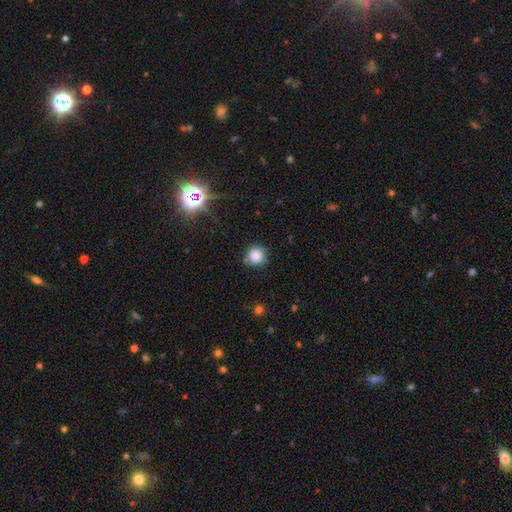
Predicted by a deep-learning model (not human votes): Overall: smooth (83%). How rounded: round (93%). Merging: none (84%).